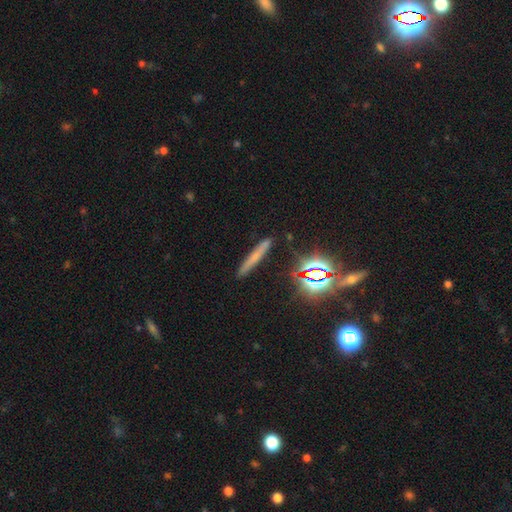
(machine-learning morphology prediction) Overall: smooth (49%; featured or disk 28%). Merging: none (88%).